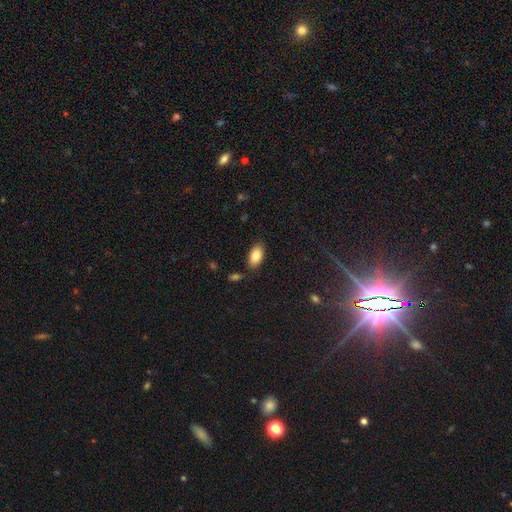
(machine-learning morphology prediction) Q: Smooth or featured?
A: smooth (86%); runner-up: featured or disk (7%)
Q: How rounded?
A: in between (94%); runner-up: cigar-shaped (3%)
Q: Merging?
A: none (85%); runner-up: minor disturbance (10%)